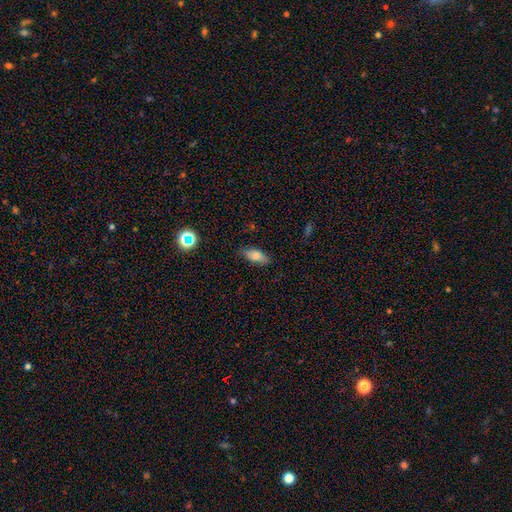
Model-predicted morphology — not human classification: type=smooth (76%); roundness=in between (80%); merging=none (83%).